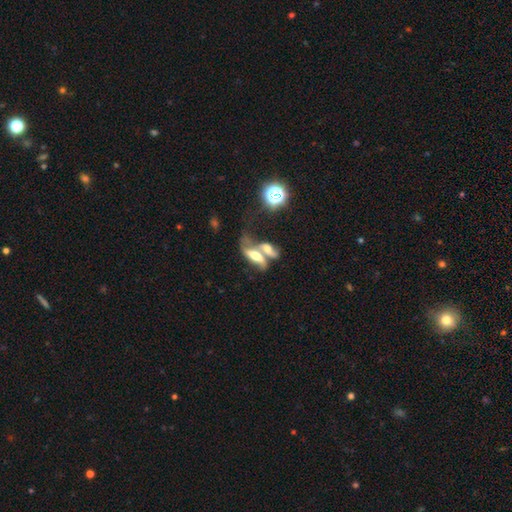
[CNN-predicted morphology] A featured or disk galaxy (51%).

Vote fractions:
- Smooth or featured? featured or disk: 51% / smooth: 38% / star or artifact: 11%
- Edge-on disk? no: 59% / yes: 41%
- Merging? merger: 61% / none: 21% / major disturbance: 10% / minor disturbance: 9%